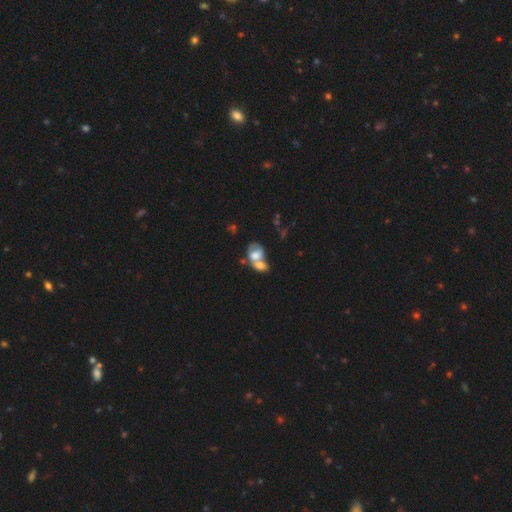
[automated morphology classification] A smooth galaxy with no disk features (59%) that is in between round and cigar-shaped (74%).

Vote fractions:
- Smooth or featured? smooth: 59% / featured or disk: 32% / star or artifact: 9%
- How rounded? in between: 74% / round: 25% / cigar-shaped: 2%
- Merging? merger: 72% / none: 13% / minor disturbance: 7% / major disturbance: 7%